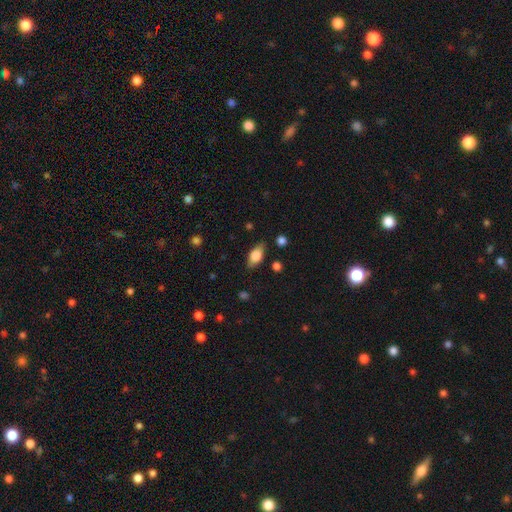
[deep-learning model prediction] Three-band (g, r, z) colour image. It shows a smooth galaxy with no disk features (73%) that is in between round and cigar-shaped (85%). Merging: none (81%).